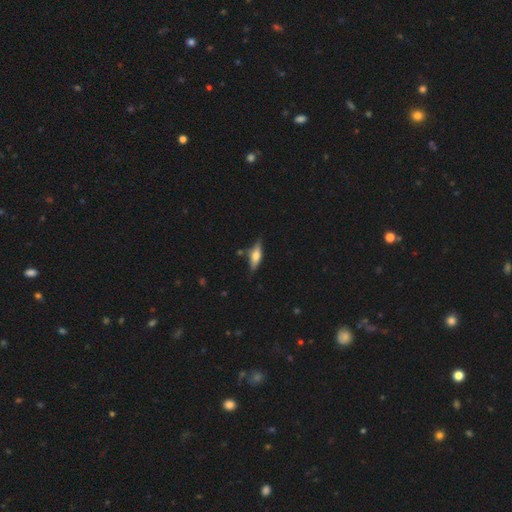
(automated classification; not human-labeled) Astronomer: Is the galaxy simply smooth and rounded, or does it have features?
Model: smooth — 47% (runner-up: featured or disk, 46%).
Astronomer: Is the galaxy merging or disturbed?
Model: none — 78%.